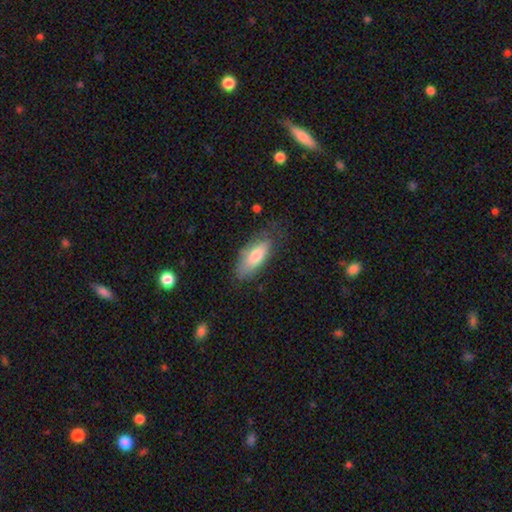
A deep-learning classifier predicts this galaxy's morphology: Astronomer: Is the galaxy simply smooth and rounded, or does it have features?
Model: smooth — 77%.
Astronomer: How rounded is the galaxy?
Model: in between — 77%.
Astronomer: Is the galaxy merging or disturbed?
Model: none — 66%.